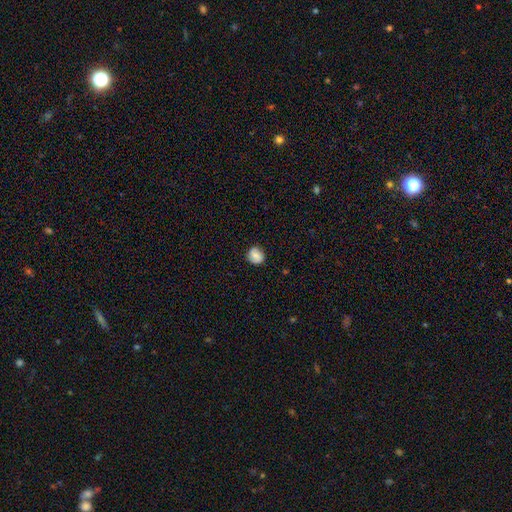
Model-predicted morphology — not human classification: Q: Smooth or featured?
A: smooth (73%); runner-up: featured or disk (18%)
Q: How rounded?
A: round (76%); runner-up: in between (22%)
Q: Merging?
A: none (82%); runner-up: minor disturbance (14%)